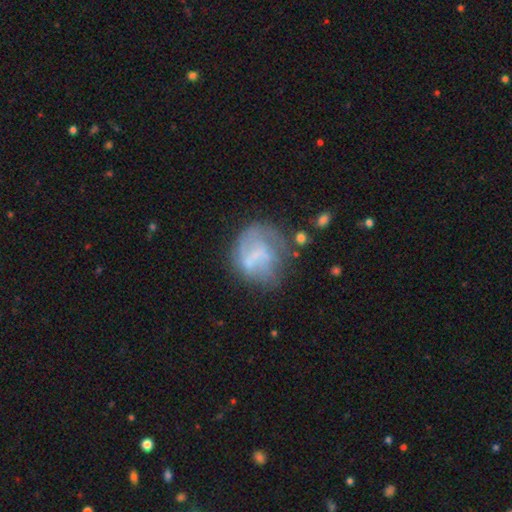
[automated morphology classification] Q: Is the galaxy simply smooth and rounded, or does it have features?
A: featured or disk — 45%.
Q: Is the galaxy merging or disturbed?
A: none — 42%.